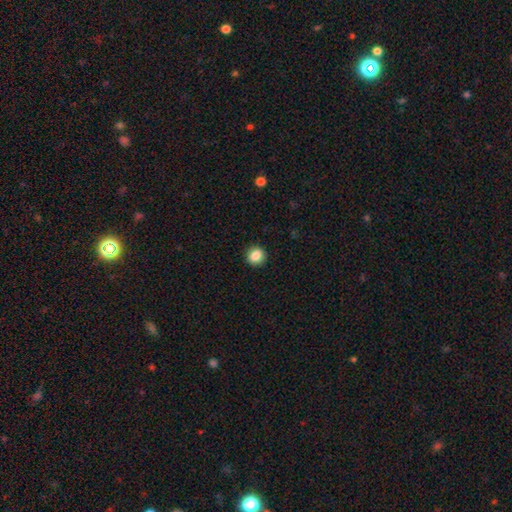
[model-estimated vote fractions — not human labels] The model was most divided on "smooth or featured": smooth: 87%, star or artifact: 9%, featured or disk: 4%. More confident: merging — none (92%); how rounded — round (88%).